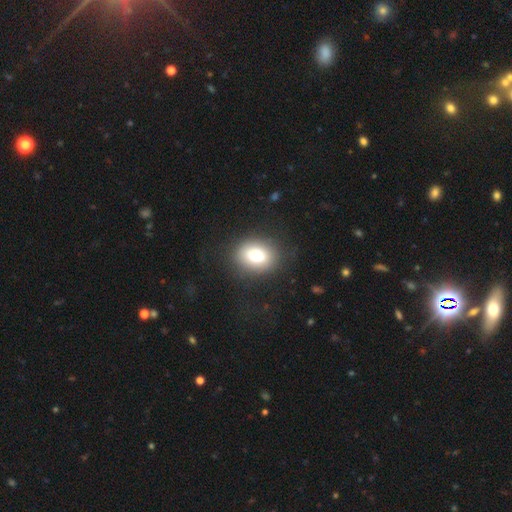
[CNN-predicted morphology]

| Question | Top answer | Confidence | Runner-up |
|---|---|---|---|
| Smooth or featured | smooth | 77% | featured or disk (13%) |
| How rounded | in between | 54% | round (45%) |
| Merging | none | 84% | minor disturbance (10%) |